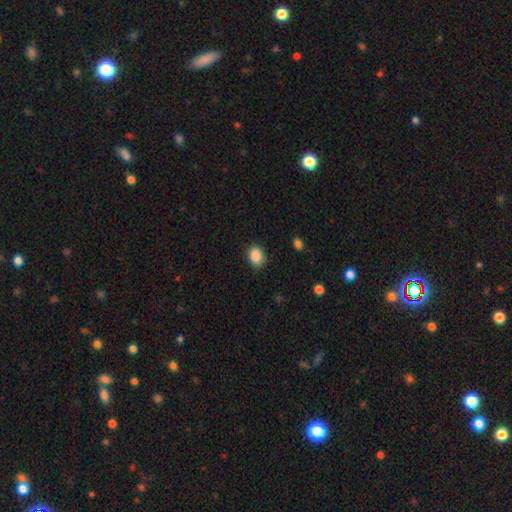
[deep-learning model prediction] Smooth or featured? Predicted: smooth (p=0.89). How rounded? Predicted: in between (p=0.58). Merging? Predicted: none (p=0.87).